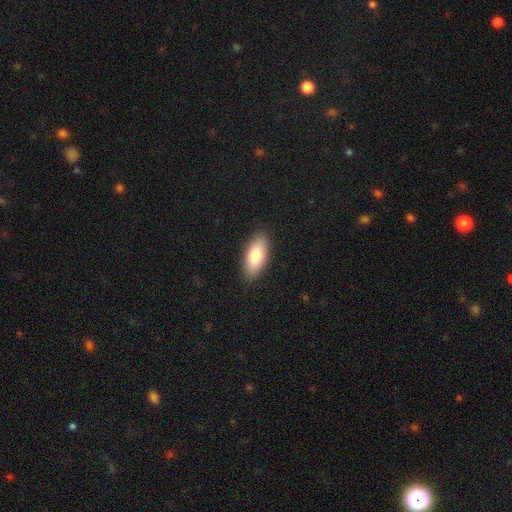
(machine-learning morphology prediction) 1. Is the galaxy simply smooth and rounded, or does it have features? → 81% smooth, 12% featured or disk, 6% star or artifact.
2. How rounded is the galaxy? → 87% in between, 11% cigar-shaped, 2% round.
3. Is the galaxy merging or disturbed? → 89% none, 8% minor disturbance, 2% major disturbance, 1% merger.